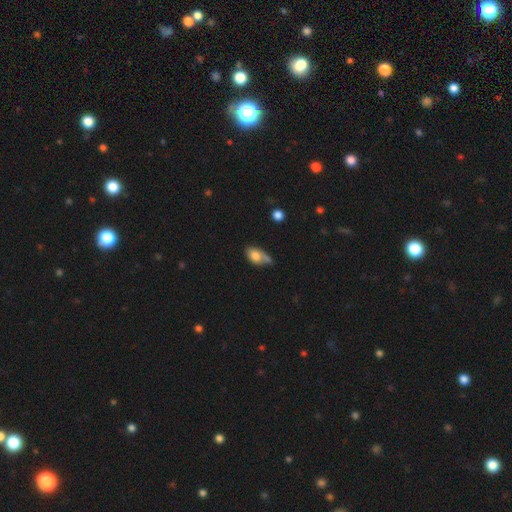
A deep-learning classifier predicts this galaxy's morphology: type=smooth (74%); roundness=in between (86%); merging=none (37%).